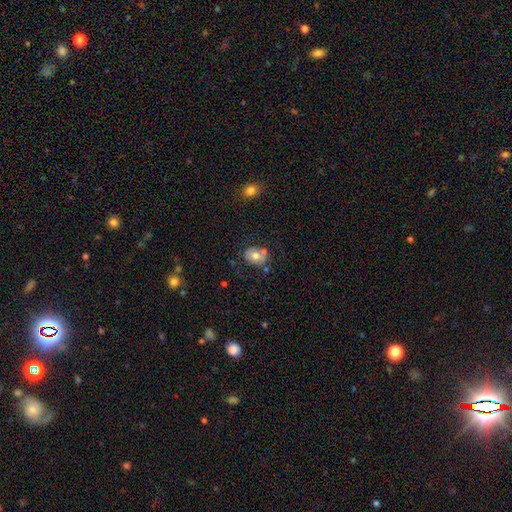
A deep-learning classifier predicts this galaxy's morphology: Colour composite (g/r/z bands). It shows a smooth galaxy with no disk features (68%) that is in between round and cigar-shaped (53%). Merging: none (62%).